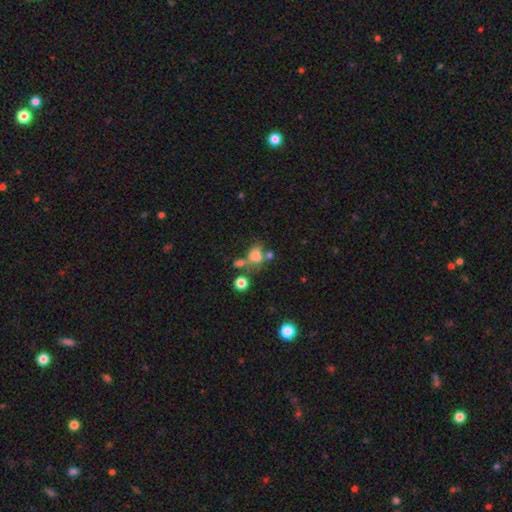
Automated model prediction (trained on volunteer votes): smooth 69%, featured or disk 16%, star or artifact 14%. Down the decision tree: how rounded — in between (62%); merging — none (34%).